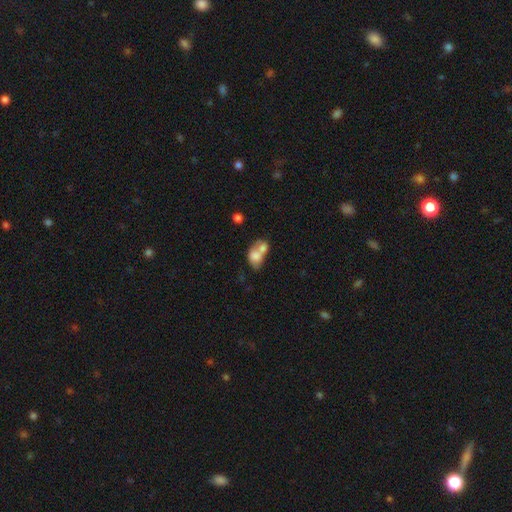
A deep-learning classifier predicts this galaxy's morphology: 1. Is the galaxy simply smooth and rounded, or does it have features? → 72% smooth, 20% featured or disk, 8% star or artifact.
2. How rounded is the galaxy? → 72% in between, 27% round, 2% cigar-shaped.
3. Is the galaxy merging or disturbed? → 70% merger, 16% none, 8% minor disturbance, 6% major disturbance.